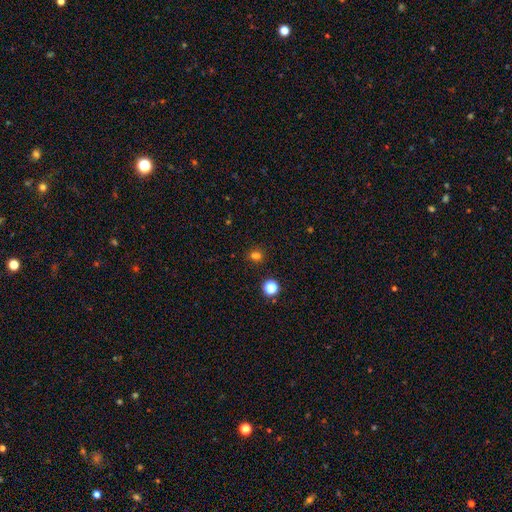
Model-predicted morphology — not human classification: smooth_or_featured: smooth (p=0.70) [alt: star or artifact p=0.24]
how_rounded: round (p=0.65) [alt: in between p=0.34]
merging: none (p=0.73) [alt: merger p=0.13]